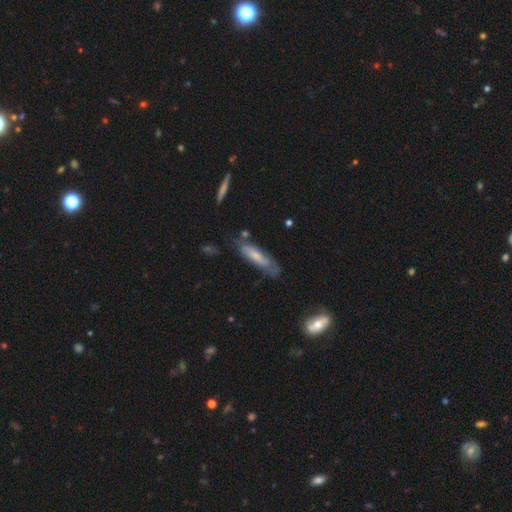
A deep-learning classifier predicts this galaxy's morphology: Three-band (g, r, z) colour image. It shows a smooth galaxy with no disk features (59%) that is cigar-shaped (68%). Merging: none (57%).